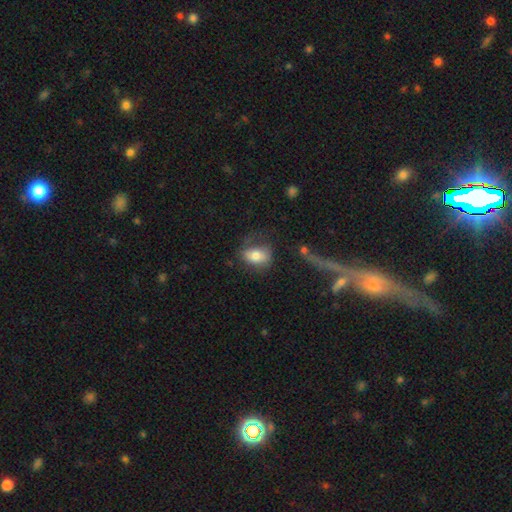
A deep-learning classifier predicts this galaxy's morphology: This appears to be a smooth galaxy with no disk features (71%) that is in between round and cigar-shaped (79%). Merging: none (49%).